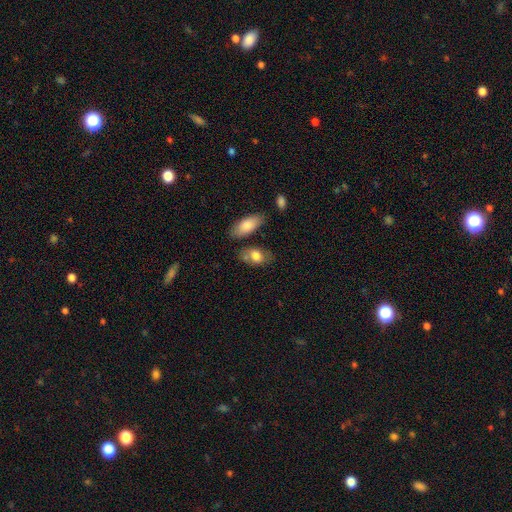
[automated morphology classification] Q: Smooth or featured?
A: smooth (76%); runner-up: featured or disk (17%)
Q: How rounded?
A: in between (87%); runner-up: round (10%)
Q: Merging?
A: none (57%); runner-up: merger (19%)